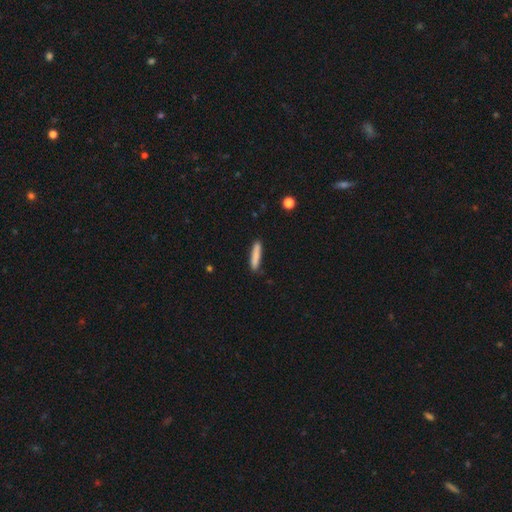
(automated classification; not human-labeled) This is clearly a smooth galaxy (84%). How rounded: clearly cigar-shaped (89%). Merging: clearly none (86%).